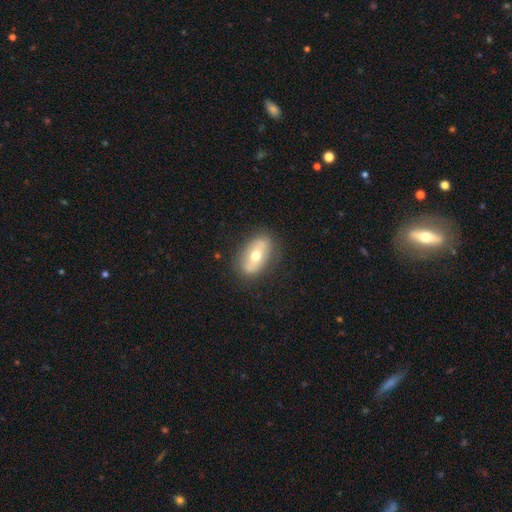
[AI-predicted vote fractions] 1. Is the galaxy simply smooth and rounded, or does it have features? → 48% smooth, 45% featured or disk, 7% star or artifact.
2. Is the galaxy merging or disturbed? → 83% none, 12% minor disturbance, 4% major disturbance, 1% merger.